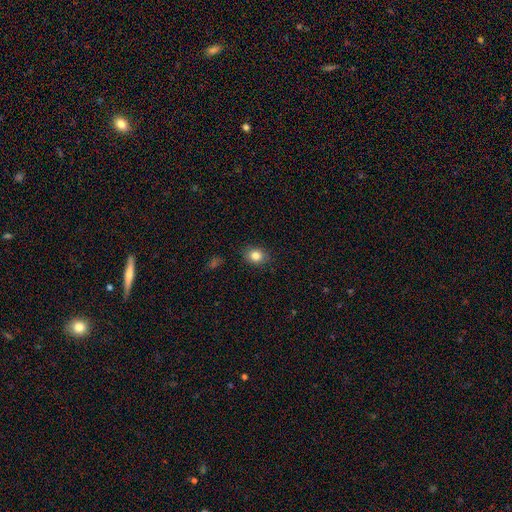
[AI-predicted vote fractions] Smooth or featured? Predicted: smooth (p=0.83). How rounded? Predicted: round (p=0.53). Merging? Predicted: none (p=0.87).